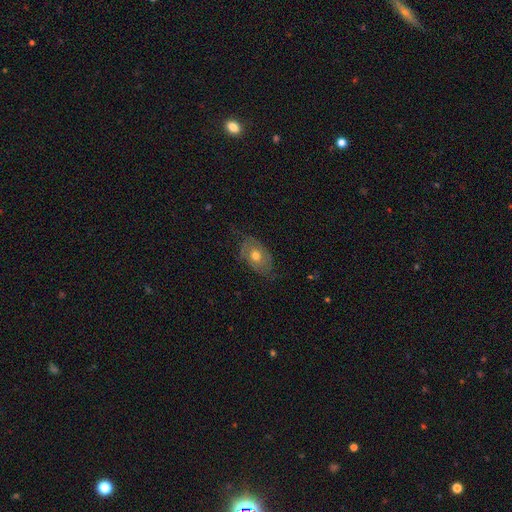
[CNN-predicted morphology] type=featured or disk (51%); edge-on=no (91%); merging=none (59%).